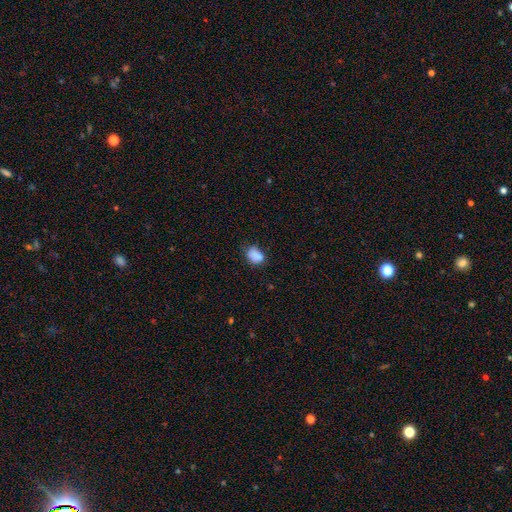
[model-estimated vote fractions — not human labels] Q: Smooth or featured?
A: smooth (83%); runner-up: star or artifact (10%)
Q: How rounded?
A: in between (73%); runner-up: round (26%)
Q: Merging?
A: none (55%); runner-up: minor disturbance (31%)